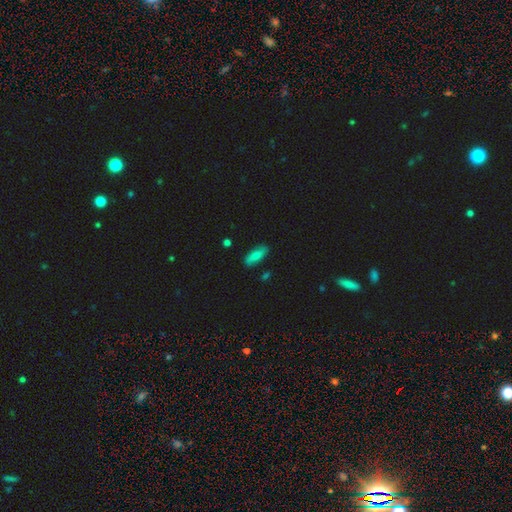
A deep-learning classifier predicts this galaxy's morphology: This is likely a smooth galaxy (69%). How rounded: likely in between (68%). Merging: clearly none (85%).